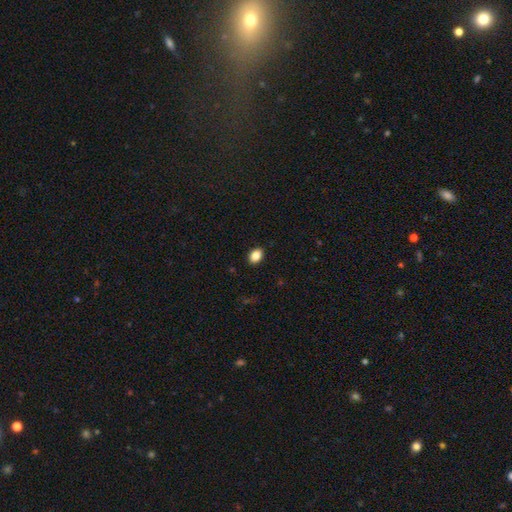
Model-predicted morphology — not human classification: smooth 87%, star or artifact 9%, featured or disk 4%. Down the decision tree: how rounded — in between (74%); merging — none (90%).